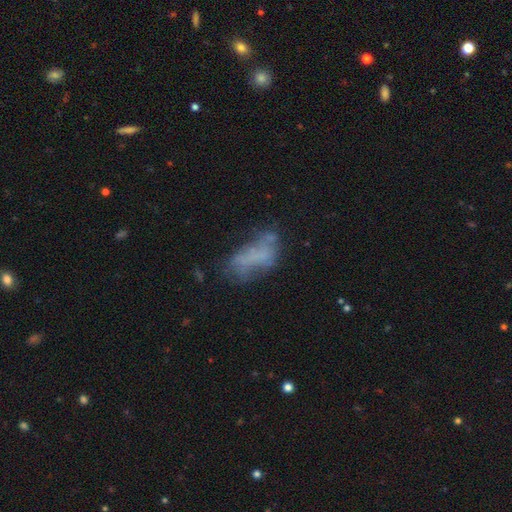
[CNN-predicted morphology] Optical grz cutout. It shows a smooth galaxy with no disk features (45%). Merging: none (39%).